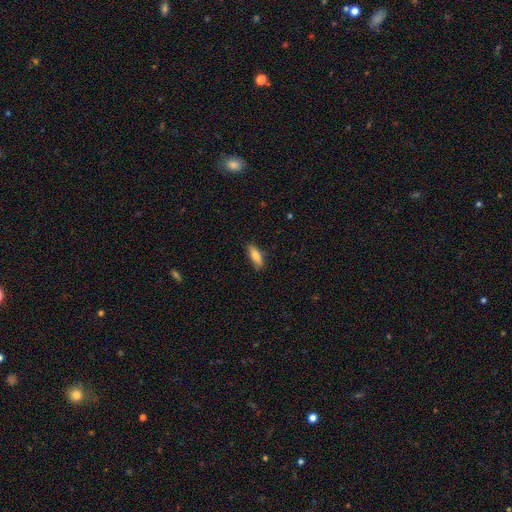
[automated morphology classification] smooth_or_featured: smooth (p=0.76) [alt: featured or disk p=0.17]
how_rounded: in between (p=0.57) [alt: cigar-shaped p=0.41]
merging: none (p=0.82) [alt: minor disturbance p=0.14]